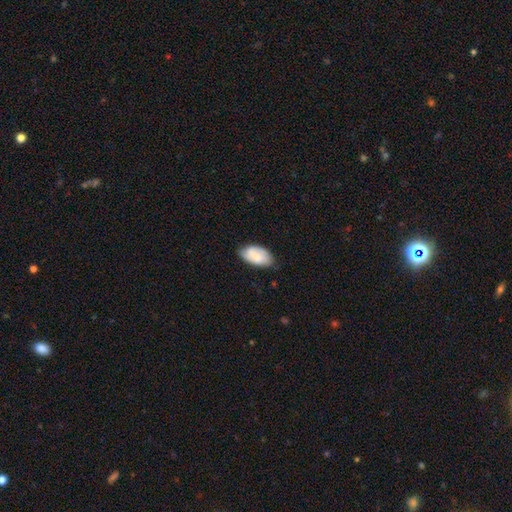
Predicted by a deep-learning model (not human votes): Q: Smooth or featured?
A: smooth (70%); runner-up: featured or disk (24%)
Q: How rounded?
A: in between (94%); runner-up: round (3%)
Q: Merging?
A: none (70%); runner-up: minor disturbance (24%)